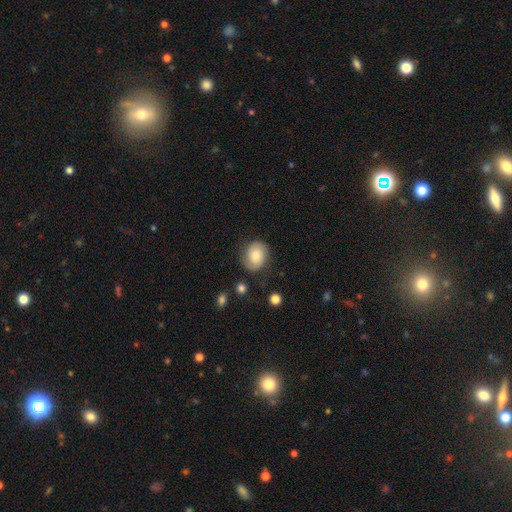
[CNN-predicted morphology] Overall: smooth (57%; featured or disk 35%). How rounded: round (63%; in between 36%). Merging: none (74%).